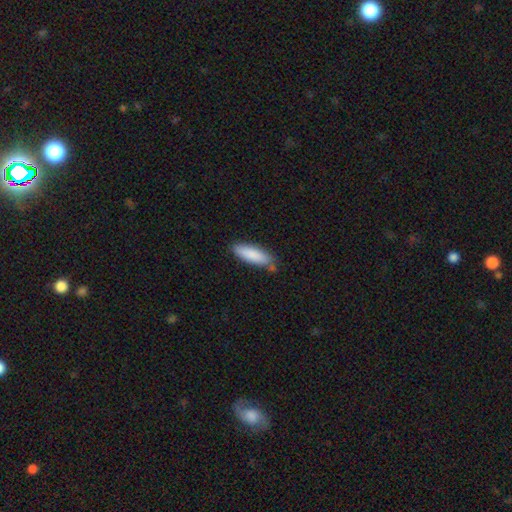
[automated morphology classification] A smooth galaxy with no disk features (86%) that is cigar-shaped (49%, tied with in between).

Vote fractions:
- Smooth or featured? smooth: 86% / featured or disk: 8% / star or artifact: 5%
- How rounded? cigar-shaped: 49% (tied) / in between: 49% (tied) / round: 1%
- Merging? none: 73% / minor disturbance: 19% / merger: 4% / major disturbance: 3%